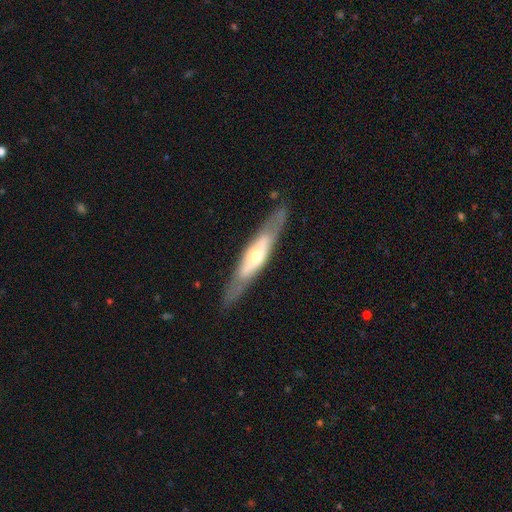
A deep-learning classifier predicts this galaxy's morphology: smooth-or-featured: featured or disk: 61% | smooth: 34% | star or artifact: 5%
  disk-edge-on: yes: 63% | no: 37%
  merging: none: 81% | minor disturbance: 13% | major disturbance: 5% | merger: 2%